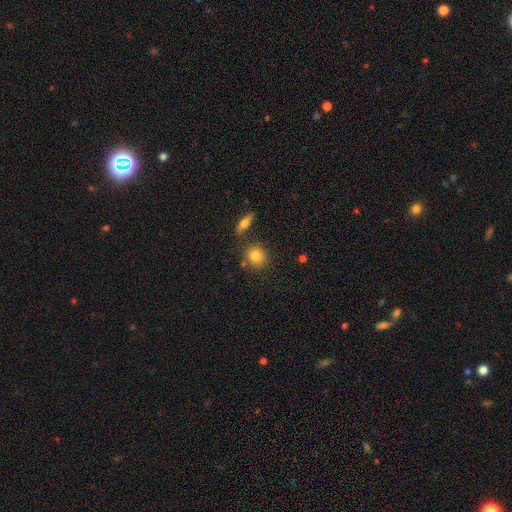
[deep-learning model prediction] Smooth or featured?
  - smooth: 82% *
  - featured or disk: 9%
  - star or artifact: 9%
How rounded?
  - round: 80% *
  - in between: 18%
  - cigar-shaped: 2%
Merging?
  - none: 78% *
  - minor disturbance: 10%
  - merger: 9%
  - major disturbance: 3%